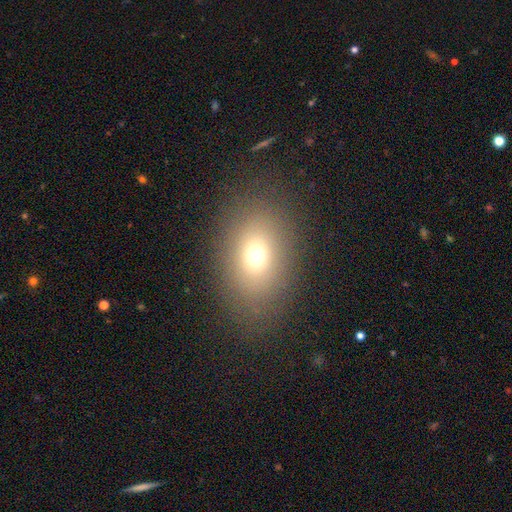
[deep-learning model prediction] Smooth or featured: smooth — 70% (star or artifact — 16%)
How rounded: in between — 72% (round — 27%)
Merging: none — 83% (minor disturbance — 10%)